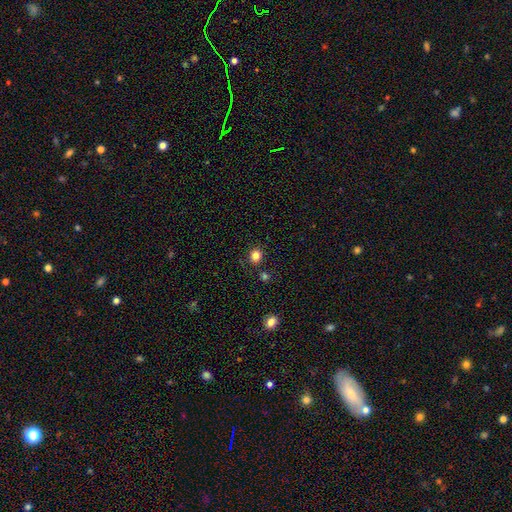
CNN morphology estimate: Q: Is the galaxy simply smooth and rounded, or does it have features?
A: smooth — 82%.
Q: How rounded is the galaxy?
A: round — 79%.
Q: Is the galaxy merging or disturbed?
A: none — 84%.